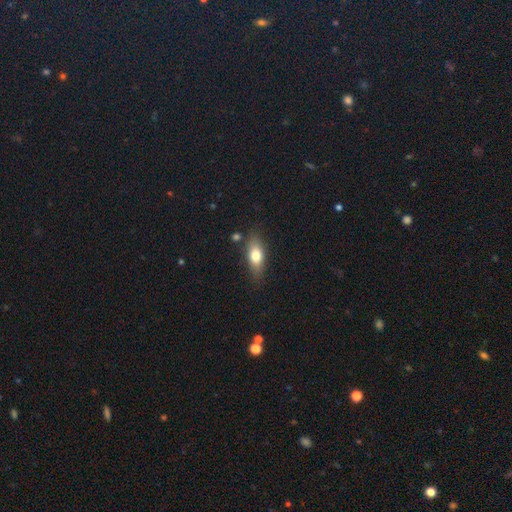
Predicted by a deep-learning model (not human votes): This appears to be a smooth galaxy with no disk features (71%) that is in between round and cigar-shaped (73%). Merging: none (78%).